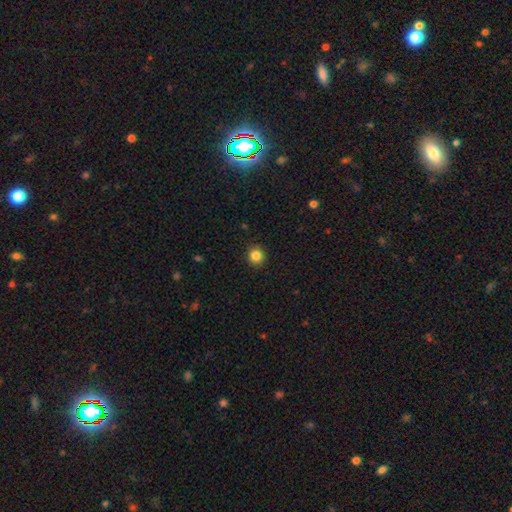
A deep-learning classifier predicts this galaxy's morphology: Overall: smooth (85%). How rounded: round (89%). Merging: none (91%).